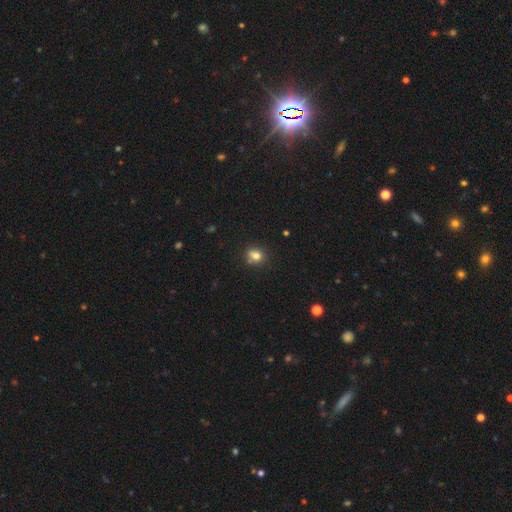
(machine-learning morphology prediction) smooth_or_featured: smooth (p=0.76) [alt: star or artifact p=0.13]
how_rounded: round (p=0.68) [alt: in between p=0.30]
merging: none (p=0.58) [alt: merger p=0.21]